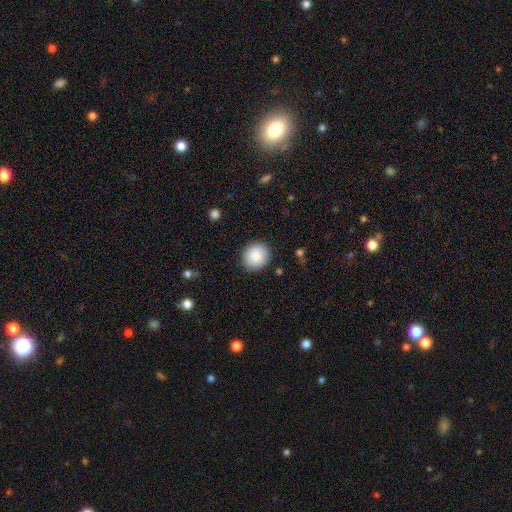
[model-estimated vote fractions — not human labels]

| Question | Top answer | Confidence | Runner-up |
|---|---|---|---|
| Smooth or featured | smooth | 88% | star or artifact (7%) |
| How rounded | round | 83% | in between (16%) |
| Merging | none | 89% | minor disturbance (8%) |